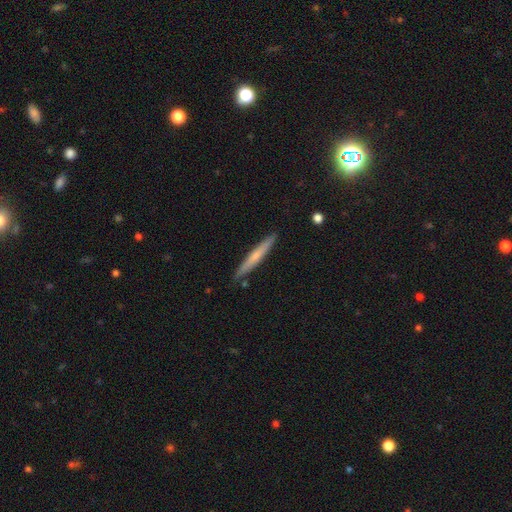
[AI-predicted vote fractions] Smooth or featured?
  - smooth: 55% *
  - featured or disk: 40%
  - star or artifact: 5%
How rounded?
  - cigar-shaped: 96% *
  - in between: 3%
  - round: 1%
Merging?
  - none: 89% *
  - minor disturbance: 8%
  - merger: 2%
  - major disturbance: 1%